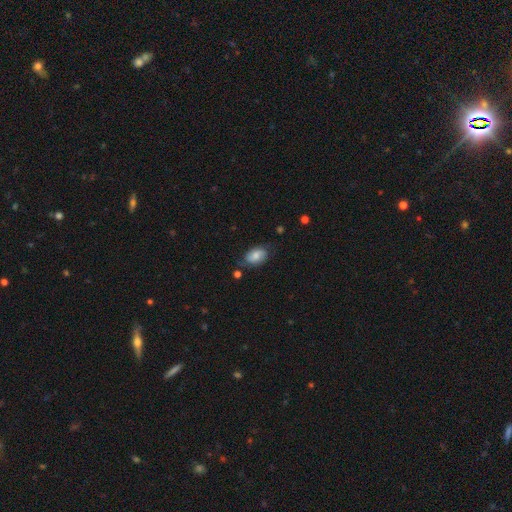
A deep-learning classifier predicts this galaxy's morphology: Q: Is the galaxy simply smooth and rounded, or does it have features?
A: smooth — 69%.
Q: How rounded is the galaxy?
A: in between — 88%.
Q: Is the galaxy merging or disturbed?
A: none — 68%.